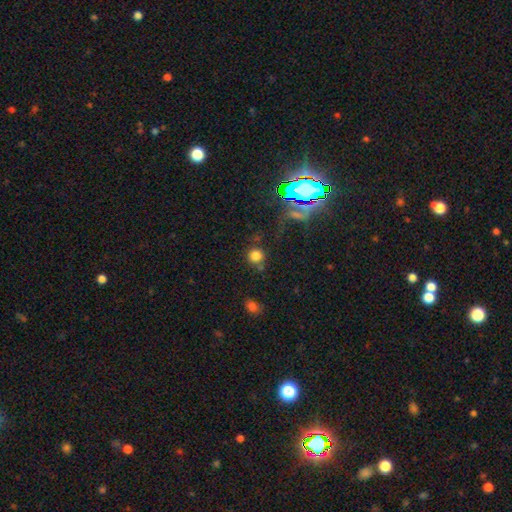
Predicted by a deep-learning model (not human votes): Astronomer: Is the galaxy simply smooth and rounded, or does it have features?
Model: smooth — 75%.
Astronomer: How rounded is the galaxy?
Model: round — 92%.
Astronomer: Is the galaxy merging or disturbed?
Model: none — 74%.